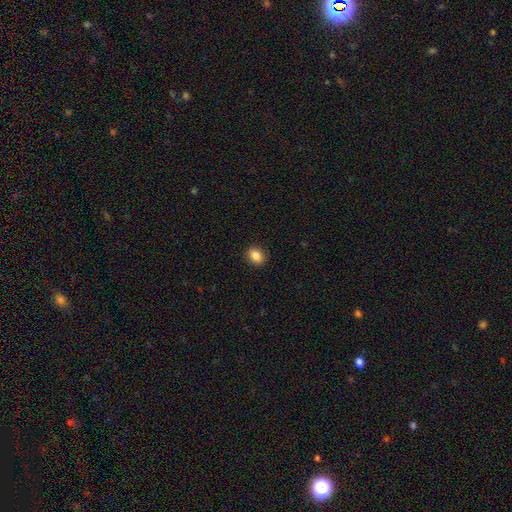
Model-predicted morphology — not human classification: smooth 87%, star or artifact 9%, featured or disk 4%. Down the decision tree: how rounded — in between (53%); merging — none (91%).